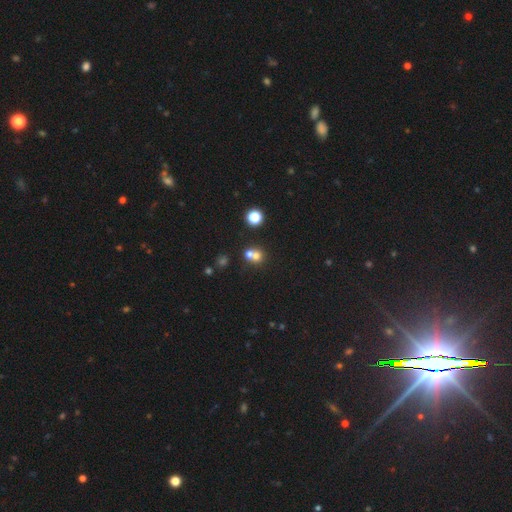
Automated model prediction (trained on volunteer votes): smooth 66%, star or artifact 18%, featured or disk 16%. Down the decision tree: how rounded — round (82%); merging — merger (54%).